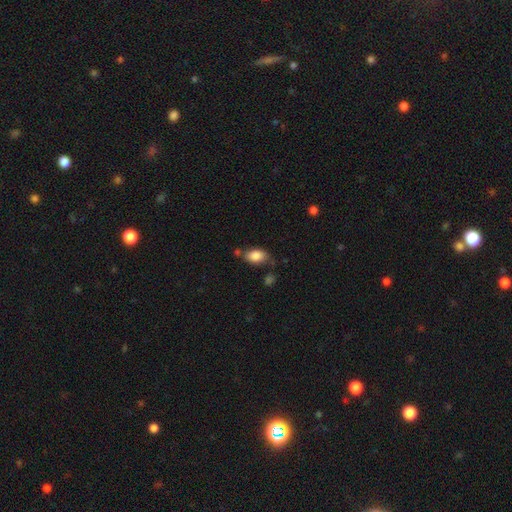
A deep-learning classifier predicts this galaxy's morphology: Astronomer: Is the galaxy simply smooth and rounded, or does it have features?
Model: smooth — 84%.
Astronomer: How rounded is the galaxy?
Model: in between — 87%.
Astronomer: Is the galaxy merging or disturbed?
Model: none — 67%.